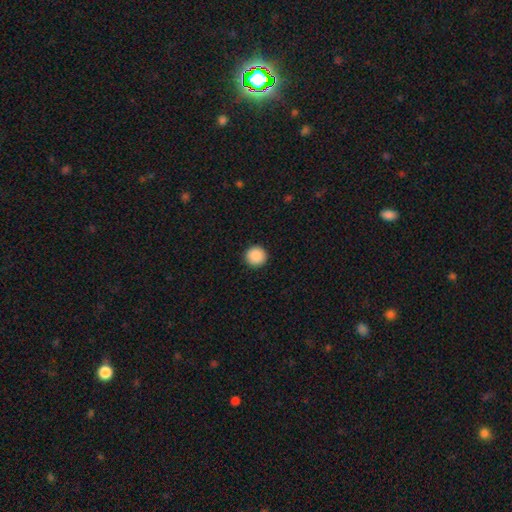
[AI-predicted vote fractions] smooth 89%, star or artifact 8%, featured or disk 3%. Down the decision tree: how rounded — round (96%); merging — none (93%).